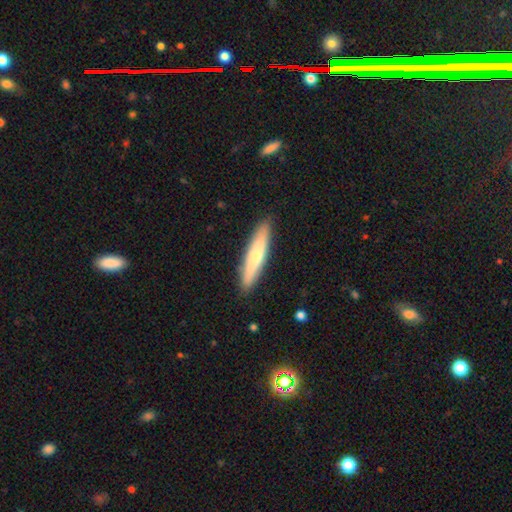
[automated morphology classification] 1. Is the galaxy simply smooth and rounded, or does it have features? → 60% smooth, 34% featured or disk, 5% star or artifact.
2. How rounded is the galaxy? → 86% cigar-shaped, 13% in between, 1% round.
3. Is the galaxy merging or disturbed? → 89% none, 8% minor disturbance, 2% major disturbance, 1% merger.